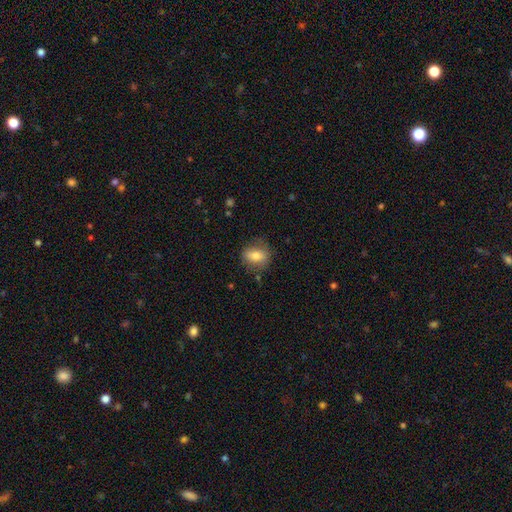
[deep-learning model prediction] Smooth or featured? smooth (70%)
How rounded? in between (53%)
Merging? none (75%)